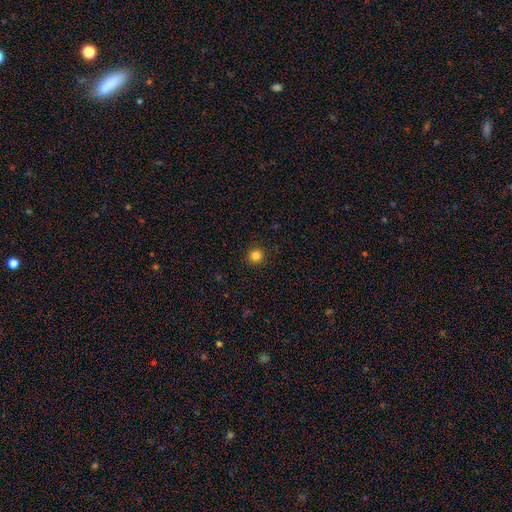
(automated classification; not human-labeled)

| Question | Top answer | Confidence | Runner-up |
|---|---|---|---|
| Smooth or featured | smooth | 83% | star or artifact (13%) |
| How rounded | round | 95% | in between (4%) |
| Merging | none | 92% | minor disturbance (5%) |